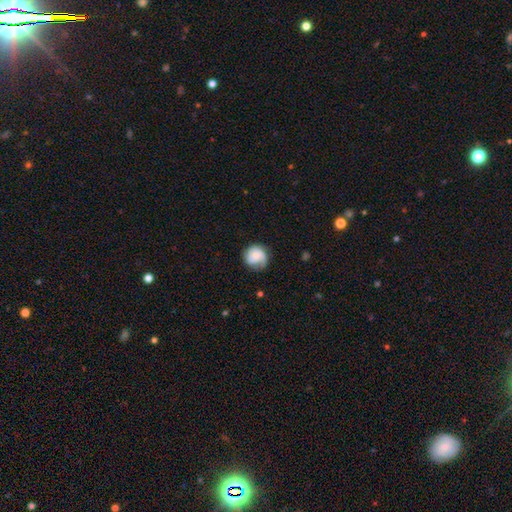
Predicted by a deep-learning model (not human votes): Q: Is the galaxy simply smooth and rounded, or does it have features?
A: smooth — 53%.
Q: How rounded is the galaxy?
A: round — 85%.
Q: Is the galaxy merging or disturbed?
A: none — 65%.